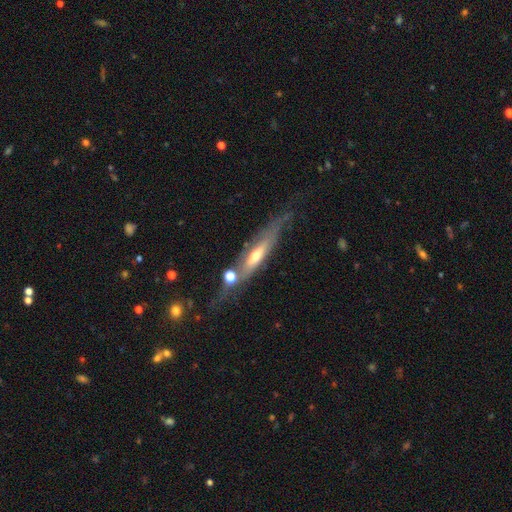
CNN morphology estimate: featured or disk 65%, smooth 28%, star or artifact 7%. Down the decision tree: edge-on disk — yes (74%); merging — none (58%).